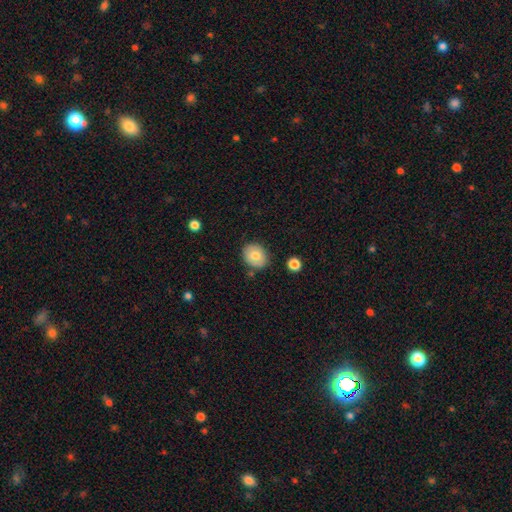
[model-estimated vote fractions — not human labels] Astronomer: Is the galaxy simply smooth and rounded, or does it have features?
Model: smooth — 75%.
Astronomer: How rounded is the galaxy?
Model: round — 60% (runner-up: in between, 39%).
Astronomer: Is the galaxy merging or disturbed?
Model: none — 83%.